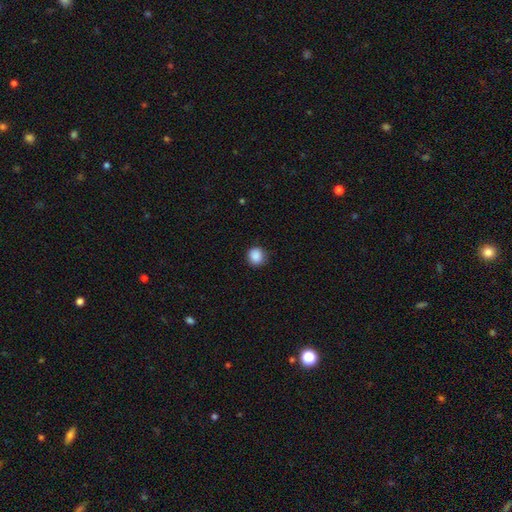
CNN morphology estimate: Smooth or featured?
  - smooth: 88% *
  - star or artifact: 10%
  - featured or disk: 3%
How rounded?
  - round: 89% *
  - in between: 10%
  - cigar-shaped: 1%
Merging?
  - none: 86% *
  - minor disturbance: 10%
  - major disturbance: 3%
  - merger: 1%